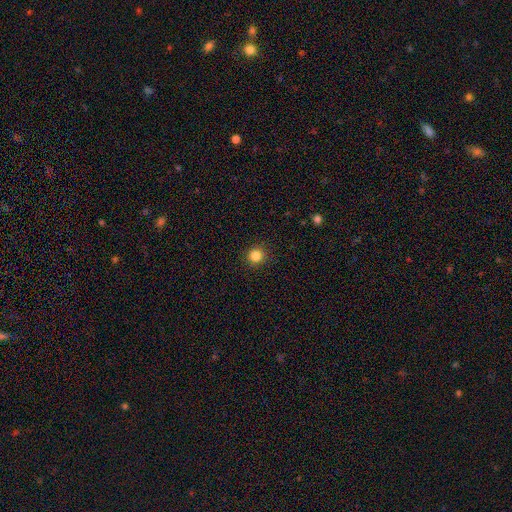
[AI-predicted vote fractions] This appears to be a smooth galaxy with no disk features (84%) that is round (94%). Merging: none (92%).